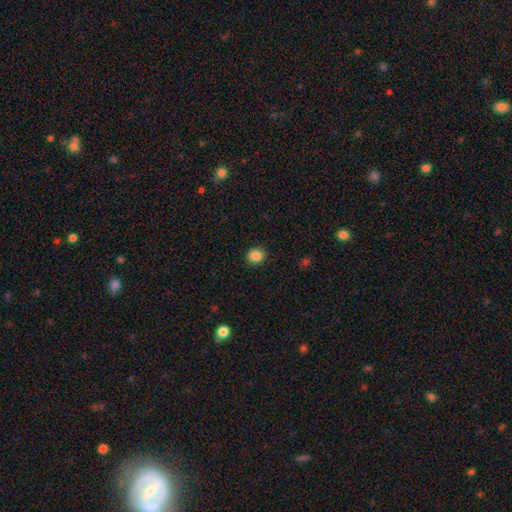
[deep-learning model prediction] Morphology: type=smooth (86%); roundness=round (81%); merging=none (89%).